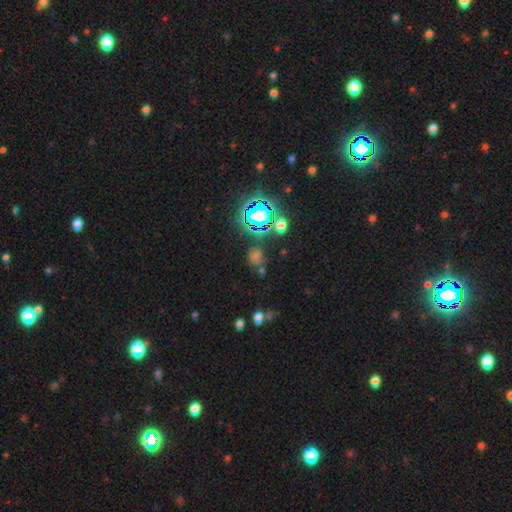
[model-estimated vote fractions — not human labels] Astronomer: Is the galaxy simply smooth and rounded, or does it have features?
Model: star or artifact — 56% (runner-up: smooth, 35%).